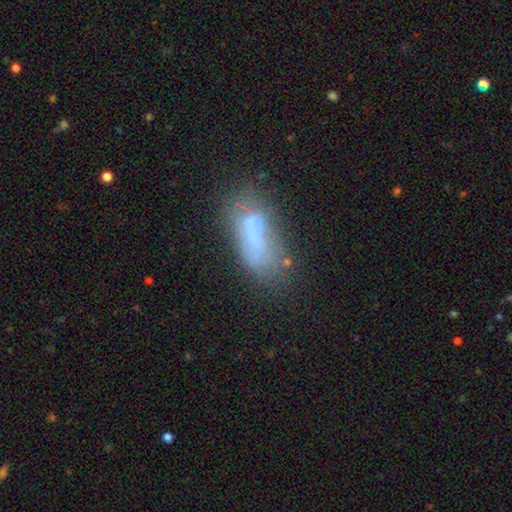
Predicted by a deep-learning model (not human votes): smooth 54%, featured or disk 34%, star or artifact 12%. Down the decision tree: how rounded — in between (78%); merging — none (39%).